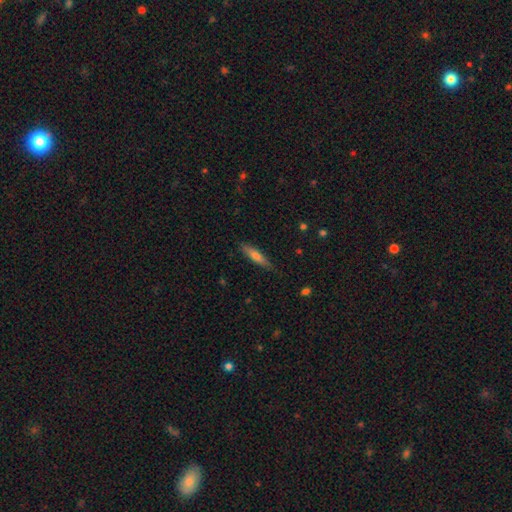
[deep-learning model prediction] Overall: smooth (63%; featured or disk 31%). How rounded: cigar-shaped (82%). Merging: none (84%).